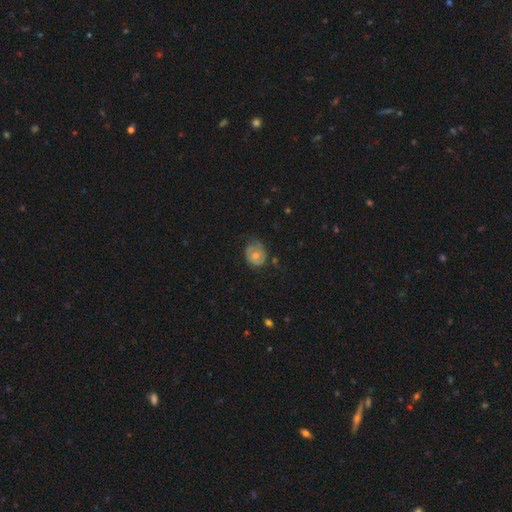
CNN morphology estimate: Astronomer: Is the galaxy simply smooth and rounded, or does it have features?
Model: smooth — 52% (runner-up: featured or disk, 40%).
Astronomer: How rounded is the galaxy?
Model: round — 57% (runner-up: in between, 42%).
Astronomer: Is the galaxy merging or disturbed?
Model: none — 51% (runner-up: minor disturbance, 35%).